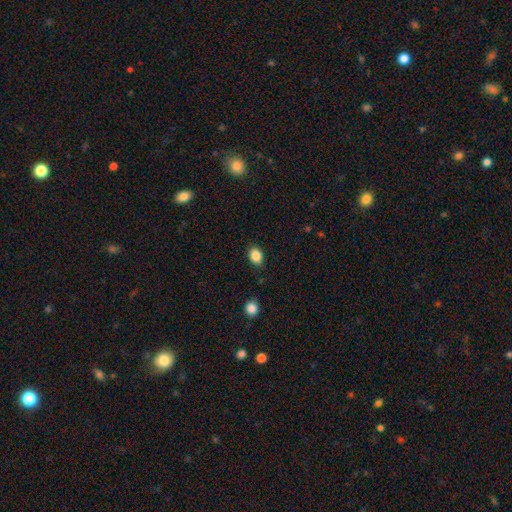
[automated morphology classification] type=smooth (86%); roundness=in between (72%); merging=none (84%).